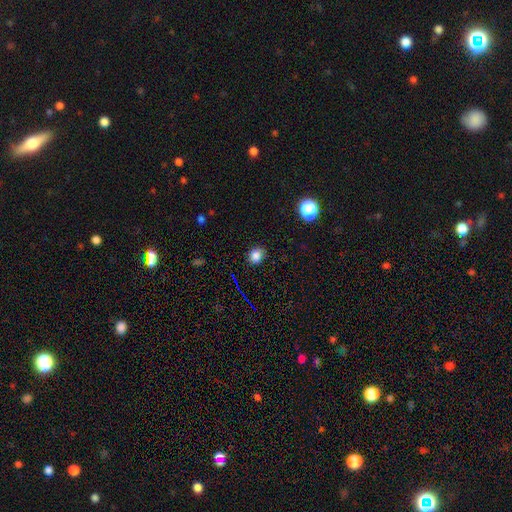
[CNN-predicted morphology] This appears to be a smooth galaxy with no disk features (81%) that is round (65%). Merging: none (83%).